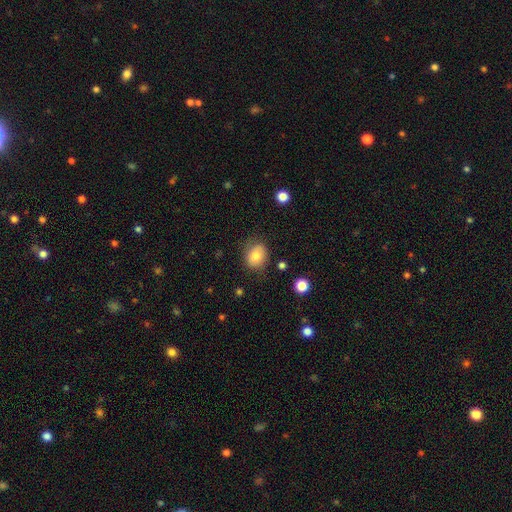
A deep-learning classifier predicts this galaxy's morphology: smooth 78%, featured or disk 13%, star or artifact 9%. Down the decision tree: how rounded — round (51%); merging — none (71%).